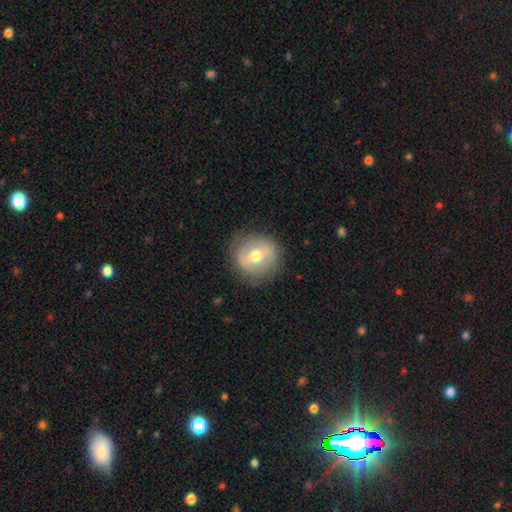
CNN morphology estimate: Smooth or featured: smooth — 50% (featured or disk — 42%)
Merging: none — 84% (minor disturbance — 11%)